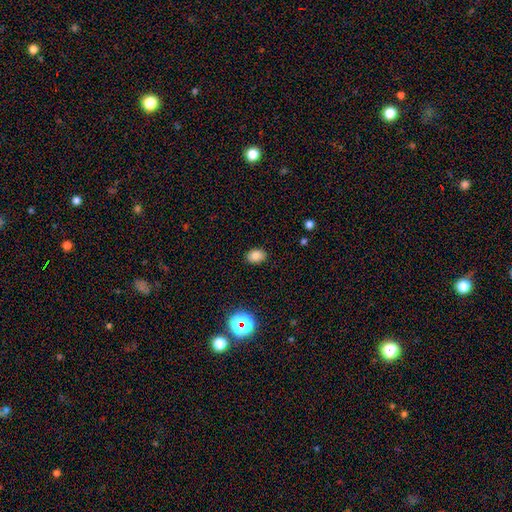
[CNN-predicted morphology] smooth 82%, star or artifact 13%, featured or disk 6%. Down the decision tree: how rounded — in between (70%); merging — none (88%).